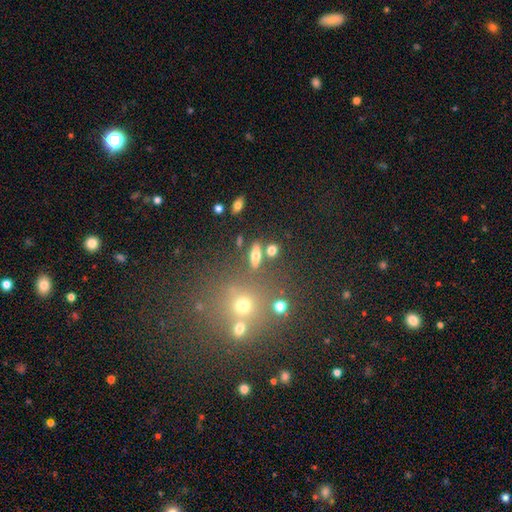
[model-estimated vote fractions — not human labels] Overall: smooth (58%; featured or disk 28%). How rounded: in between (53%; cigar-shaped 35%). Merging: none (77%).